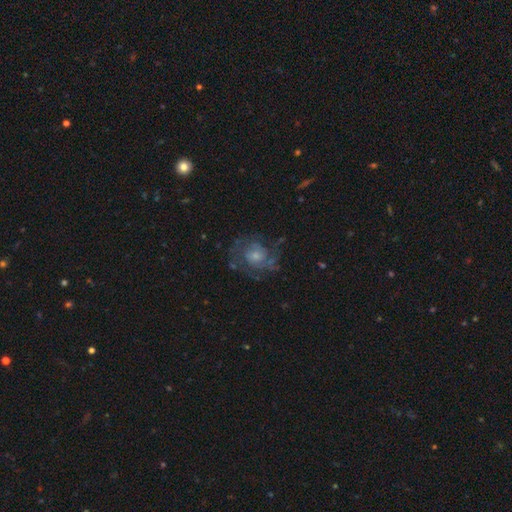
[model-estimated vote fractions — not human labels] featured or disk 77%, smooth 15%, star or artifact 9%. Down the decision tree: edge-on disk — no (98%); bar — no (72%); spiral arms — yes (89%); spiral arm count — 2 (37%); spiral winding — tight (46%); bulge size — small (48%); merging — none (67%).